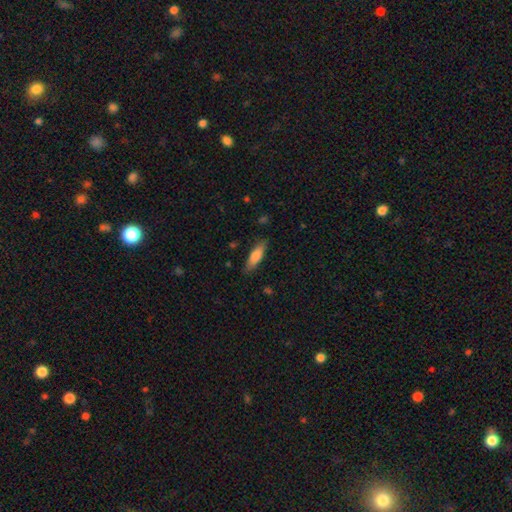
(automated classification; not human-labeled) Smooth or featured? Predicted: smooth (p=0.78). How rounded? Predicted: cigar-shaped (p=0.52). Merging? Predicted: none (p=0.83).